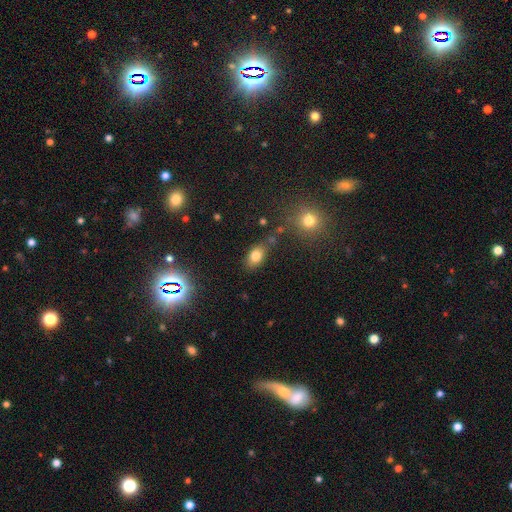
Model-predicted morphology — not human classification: This appears to be a smooth galaxy with no disk features (78%) that is in between round and cigar-shaped (82%). Merging: none (75%).